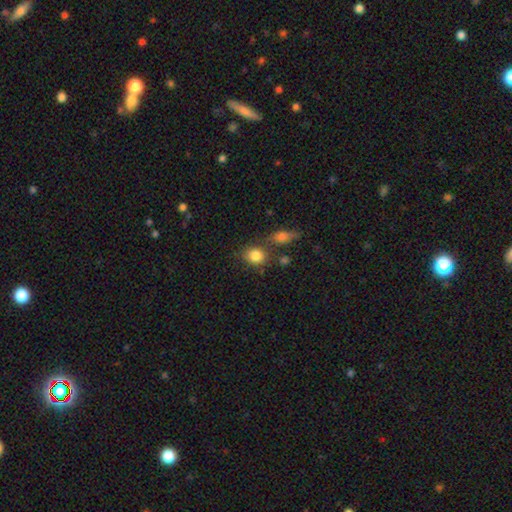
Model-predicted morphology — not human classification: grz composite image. It shows a smooth galaxy with no disk features (84%) that is round (62%). Merging: none (64%).